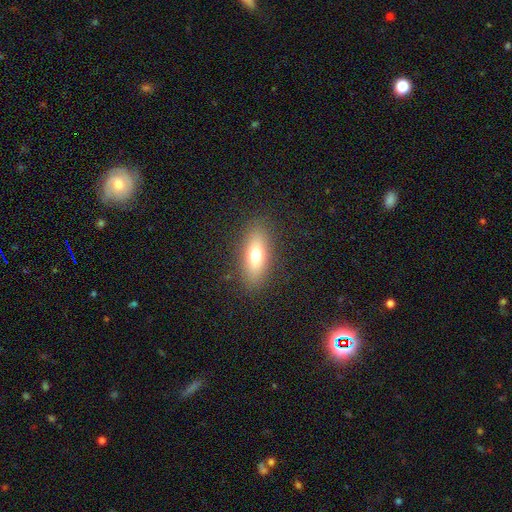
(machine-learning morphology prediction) smooth 70%, featured or disk 21%, star or artifact 9%. Down the decision tree: how rounded — in between (71%); merging — none (87%).